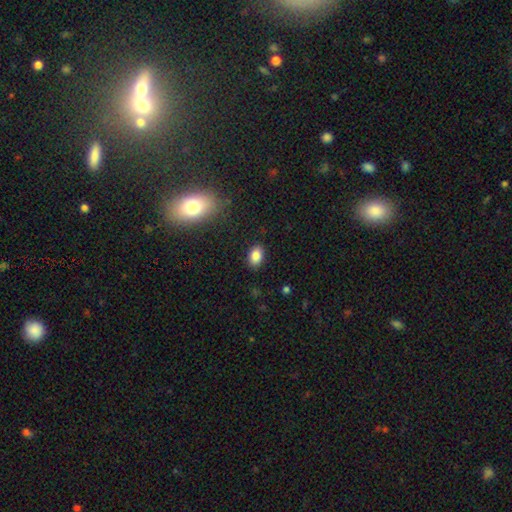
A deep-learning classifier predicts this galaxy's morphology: A smooth galaxy with no disk features (86%) that is in between round and cigar-shaped (83%).

Vote fractions:
- Smooth or featured? smooth: 86% / star or artifact: 9% / featured or disk: 5%
- How rounded? in between: 83% / round: 16% / cigar-shaped: 1%
- Merging? none: 88% / minor disturbance: 9% / major disturbance: 2% / merger: 1%